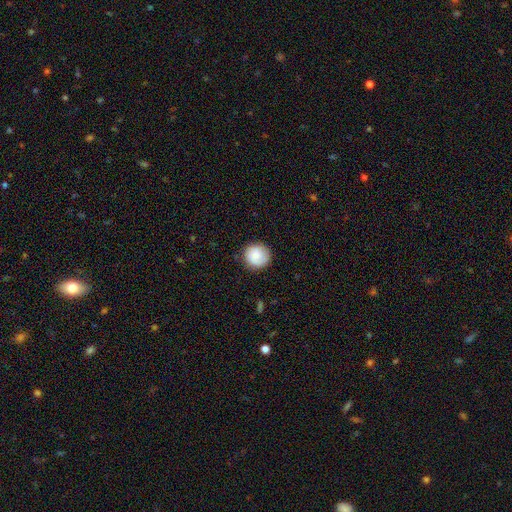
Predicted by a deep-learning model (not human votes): Overall: smooth (81%). How rounded: round (92%). Merging: none (85%).